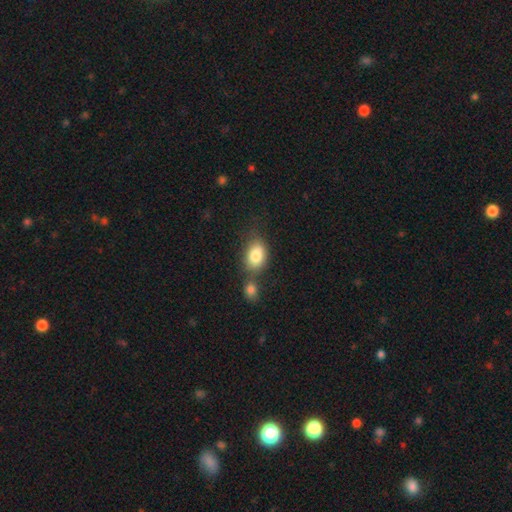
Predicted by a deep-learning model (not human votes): Overall: smooth (82%). How rounded: in between (78%). Merging: none (46%; merger 32%).